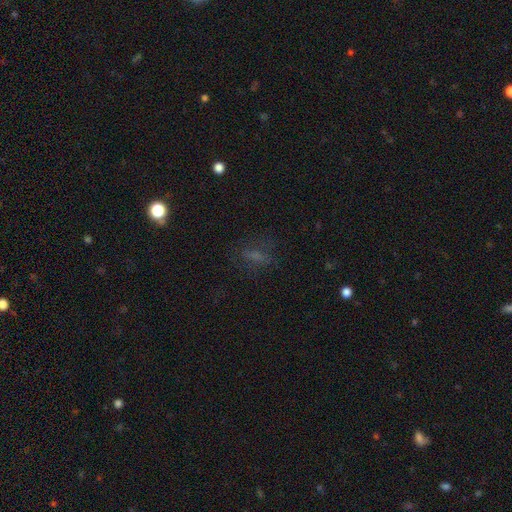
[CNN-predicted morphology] Smooth or featured? Predicted: smooth (p=0.48). Merging? Predicted: none (p=0.70).